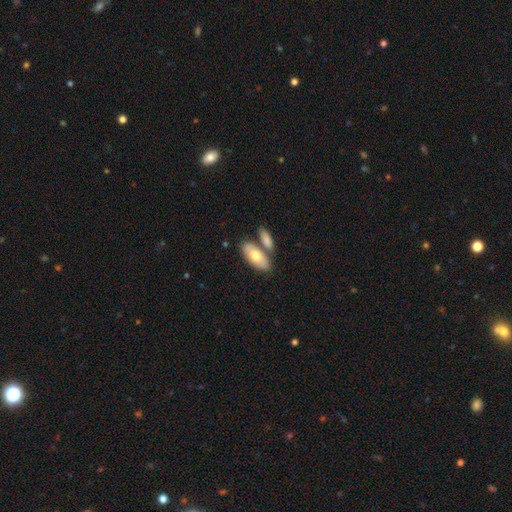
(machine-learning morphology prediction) Smooth or featured? smooth (70%)
How rounded? in between (87%)
Merging? none (57%)